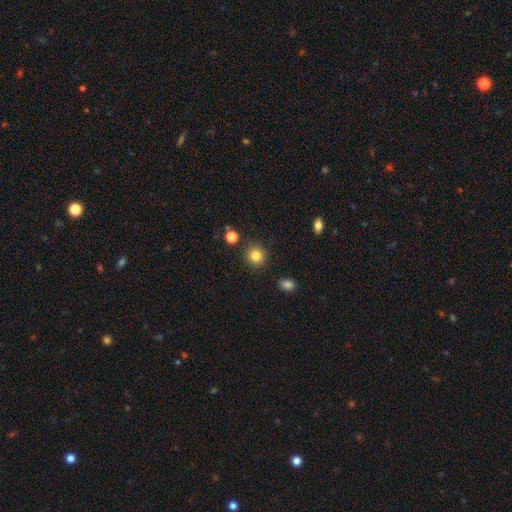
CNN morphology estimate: smooth_or_featured: smooth (p=0.84) [alt: star or artifact p=0.11]
how_rounded: round (p=0.90) [alt: in between p=0.09]
merging: none (p=0.88) [alt: minor disturbance p=0.07]